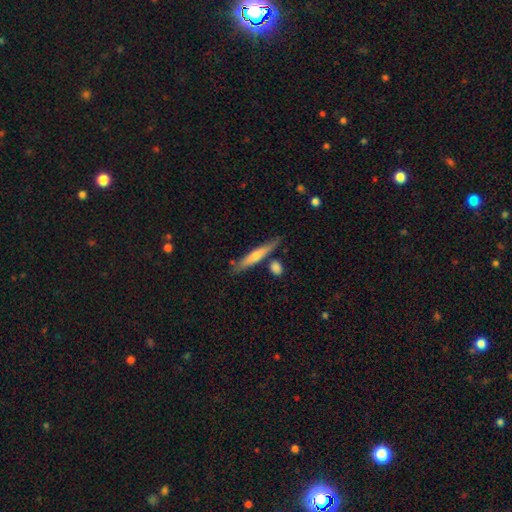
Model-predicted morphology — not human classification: smooth_or_featured: smooth (p=0.49) [alt: featured or disk p=0.45]
merging: none (p=0.78) [alt: minor disturbance p=0.12]